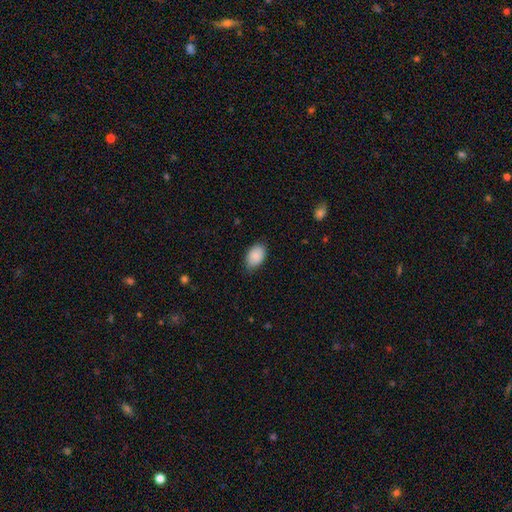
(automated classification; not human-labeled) This is clearly a smooth galaxy (89%). How rounded: clearly in between (90%). Merging: likely none (79%).